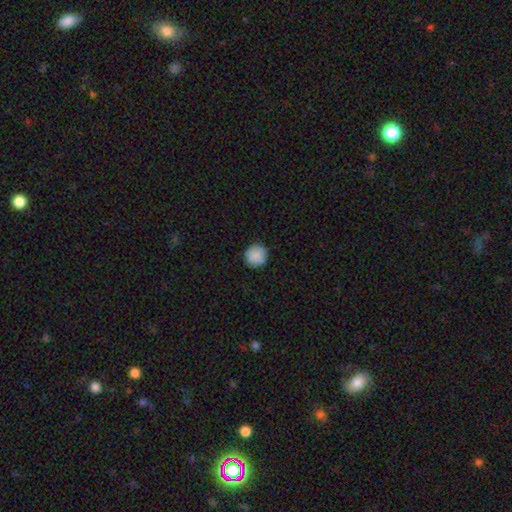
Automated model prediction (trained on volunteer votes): A smooth galaxy with no disk features (88%) that is round (94%). Merging: none (88%).